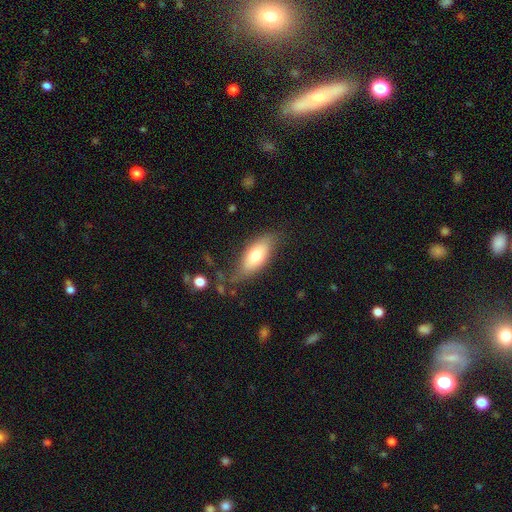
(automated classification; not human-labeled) Smooth or featured? Predicted: smooth (p=0.70). How rounded? Predicted: in between (p=0.80). Merging? Predicted: none (p=0.64).